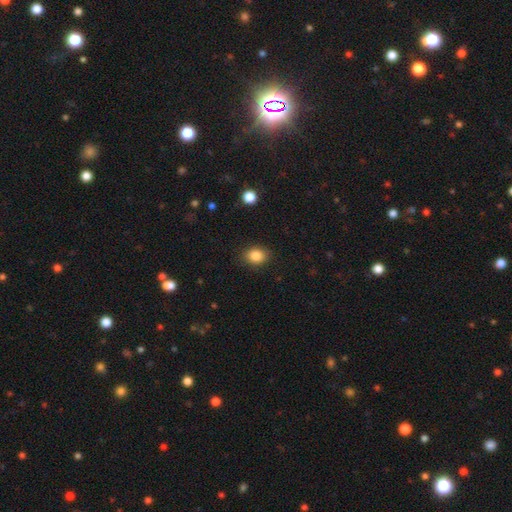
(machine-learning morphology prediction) smooth-or-featured: smooth: 86% | star or artifact: 10% | featured or disk: 5%
  how-rounded: in between: 56% | round: 43% | cigar-shaped: 1%
  merging: none: 87% | minor disturbance: 9% | major disturbance: 3% | merger: 1%